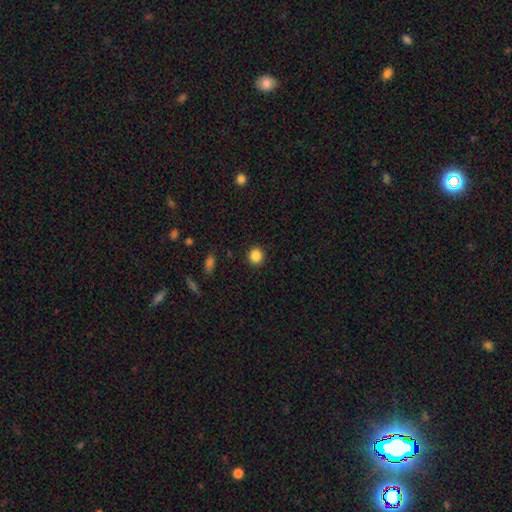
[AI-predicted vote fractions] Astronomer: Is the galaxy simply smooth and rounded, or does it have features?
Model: smooth — 86%.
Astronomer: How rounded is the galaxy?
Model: round — 91%.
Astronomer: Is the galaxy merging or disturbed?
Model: none — 92%.